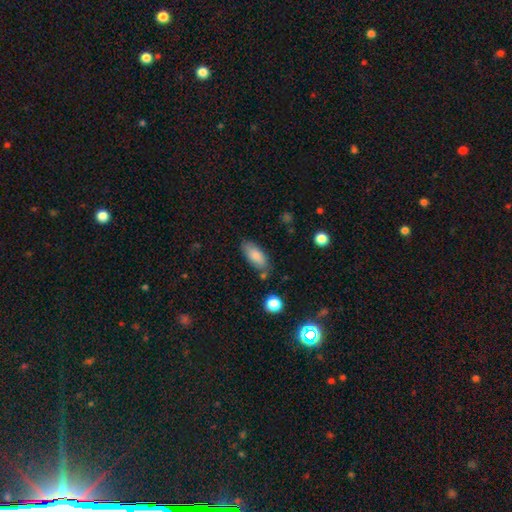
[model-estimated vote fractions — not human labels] Q: Smooth or featured?
A: smooth (83%); runner-up: featured or disk (10%)
Q: How rounded?
A: in between (84%); runner-up: cigar-shaped (14%)
Q: Merging?
A: none (73%); runner-up: minor disturbance (17%)